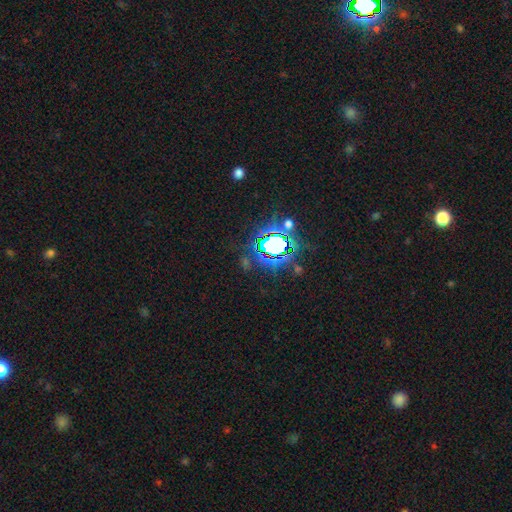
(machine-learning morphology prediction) Overall: star or artifact (82%).